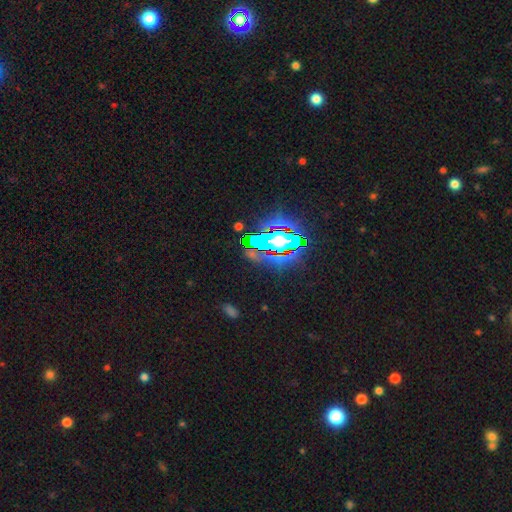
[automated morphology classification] smooth-or-featured: star or artifact: 69% | smooth: 16% | featured or disk: 16%